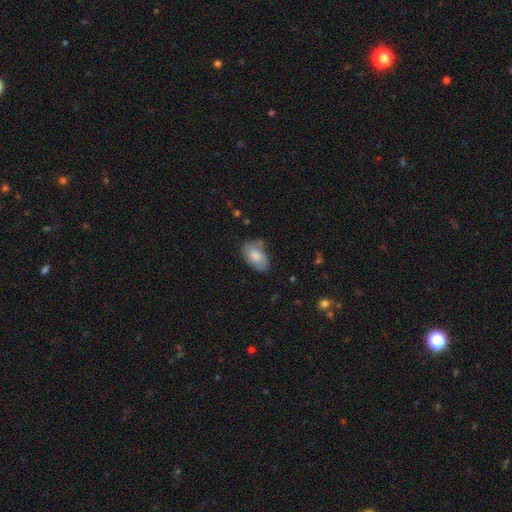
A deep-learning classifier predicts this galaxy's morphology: Smooth or featured: smooth — 78% (featured or disk — 15%)
How rounded: in between — 92% (round — 6%)
Merging: none — 59% (minor disturbance — 29%)